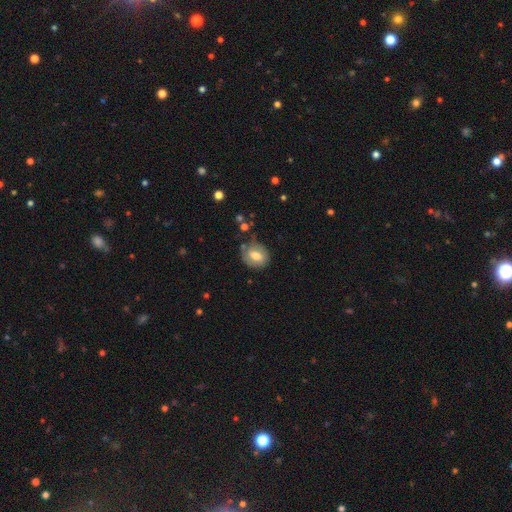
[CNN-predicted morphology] Overall: smooth (62%; featured or disk 30%). How rounded: round (61%; in between 38%). Merging: none (67%).